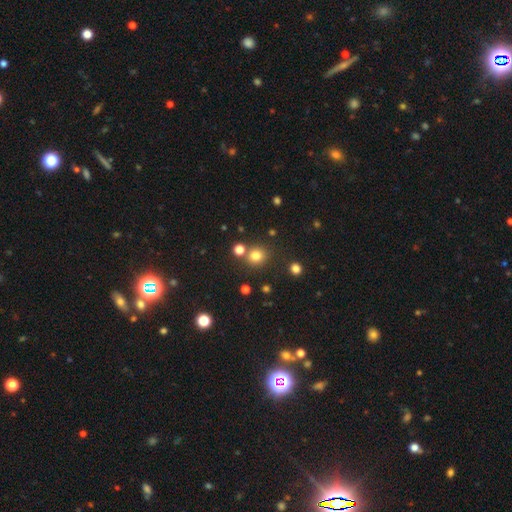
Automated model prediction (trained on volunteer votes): Q: Smooth or featured?
A: smooth (78%); runner-up: star or artifact (16%)
Q: How rounded?
A: round (88%); runner-up: in between (11%)
Q: Merging?
A: none (78%); runner-up: merger (10%)